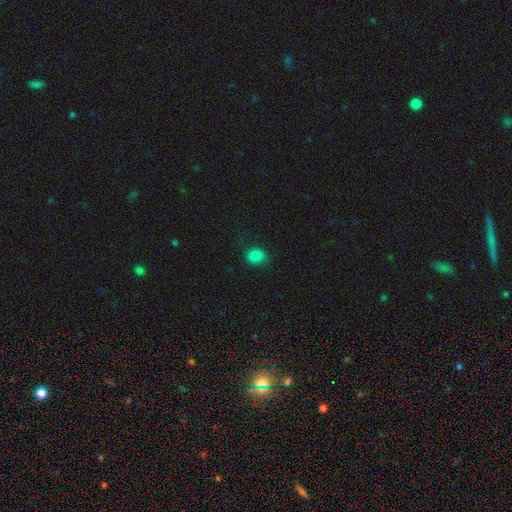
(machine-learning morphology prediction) The model was most divided on "how rounded": round: 58%, in between: 41%, cigar-shaped: 1%. More confident: smooth or featured — smooth (82%); merging — none (77%).